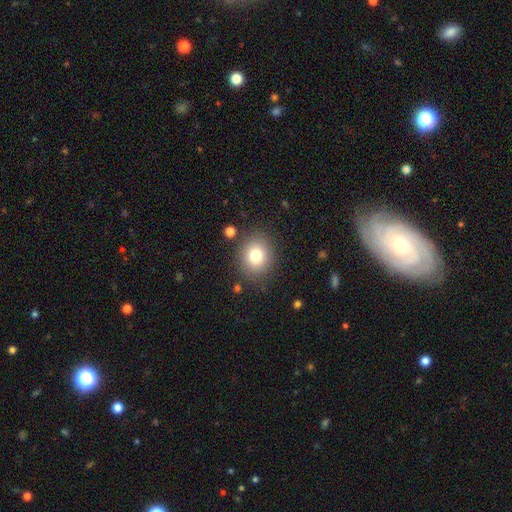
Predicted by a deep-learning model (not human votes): This appears to be a smooth galaxy with no disk features (79%) that is round (73%). Merging: none (85%).